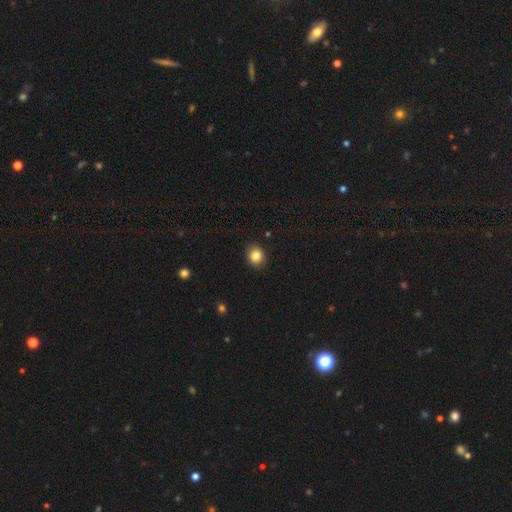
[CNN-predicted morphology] Smooth or featured: smooth — 85% (star or artifact — 10%)
How rounded: round — 79% (in between — 20%)
Merging: none — 89% (minor disturbance — 8%)